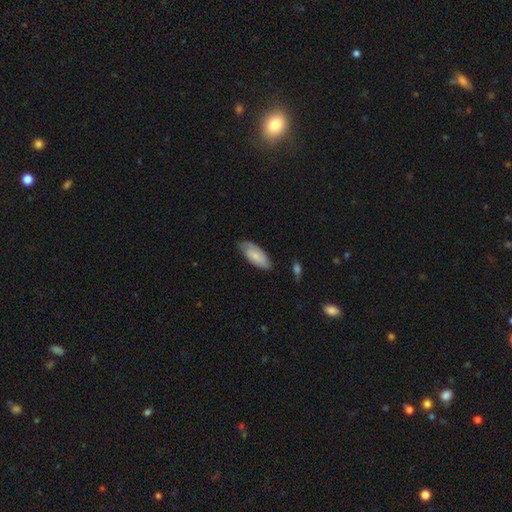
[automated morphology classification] Smooth or featured? smooth (69%)
How rounded? in between (85%)
Merging? none (72%)